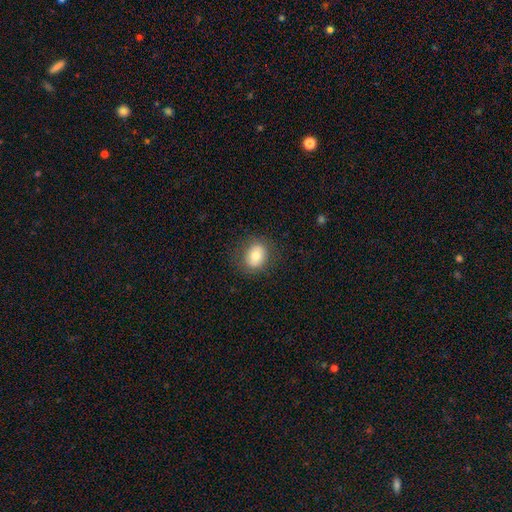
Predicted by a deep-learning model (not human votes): Smooth or featured? smooth (76%)
How rounded? round (51%)
Merging? none (84%)